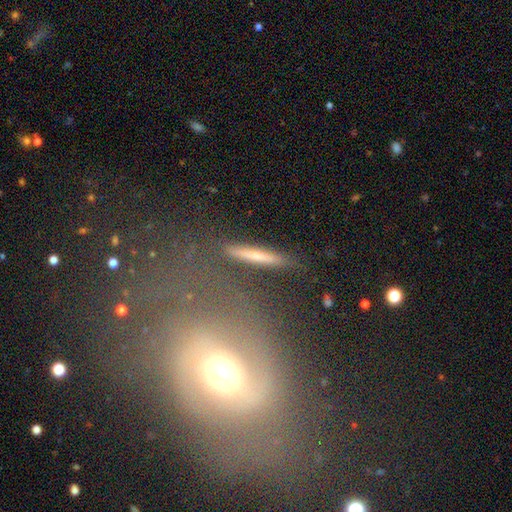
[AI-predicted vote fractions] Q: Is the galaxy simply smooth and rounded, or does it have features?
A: smooth — 58%.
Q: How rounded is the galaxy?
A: cigar-shaped — 92%.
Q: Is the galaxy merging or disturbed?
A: none — 85%.